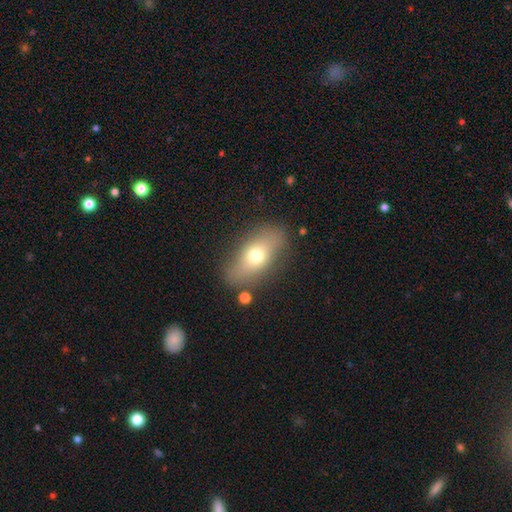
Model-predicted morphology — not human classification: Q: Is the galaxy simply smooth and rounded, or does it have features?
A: smooth — 66%.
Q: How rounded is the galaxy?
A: in between — 84%.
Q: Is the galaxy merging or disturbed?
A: none — 78%.